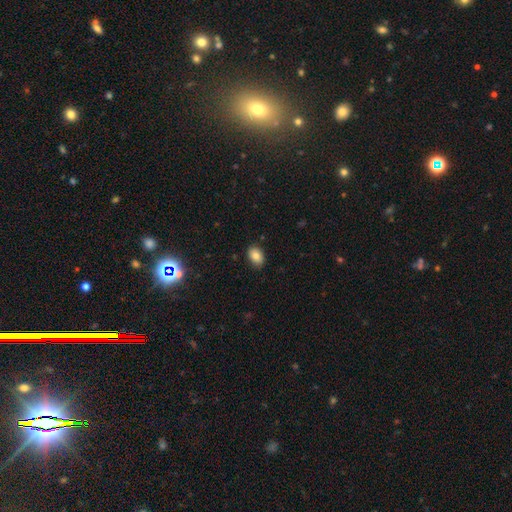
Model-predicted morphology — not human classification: type=smooth (83%); roundness=in between (80%); merging=none (86%).